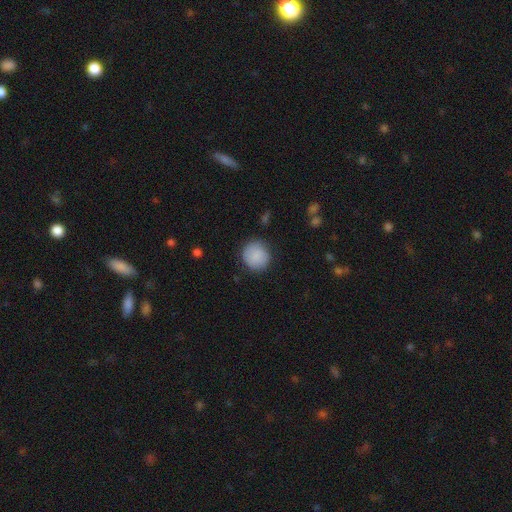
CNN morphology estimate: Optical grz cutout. It shows a smooth galaxy with no disk features (88%) that is round (91%). Merging: none (82%).